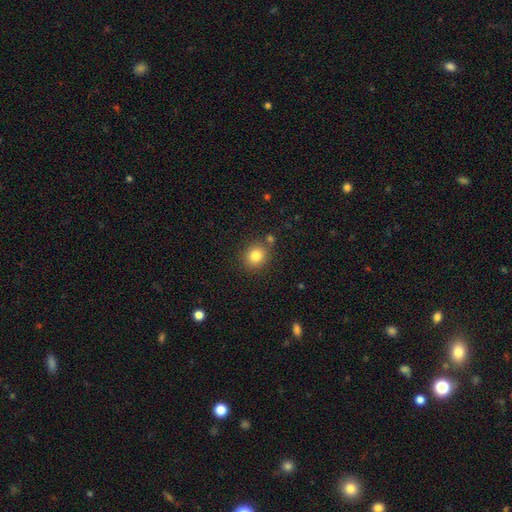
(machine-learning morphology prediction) Smooth or featured?
  - smooth: 83% *
  - star or artifact: 11%
  - featured or disk: 6%
How rounded?
  - round: 79% *
  - in between: 21%
  - cigar-shaped: 1%
Merging?
  - none: 78% *
  - minor disturbance: 10%
  - merger: 8%
  - major disturbance: 3%